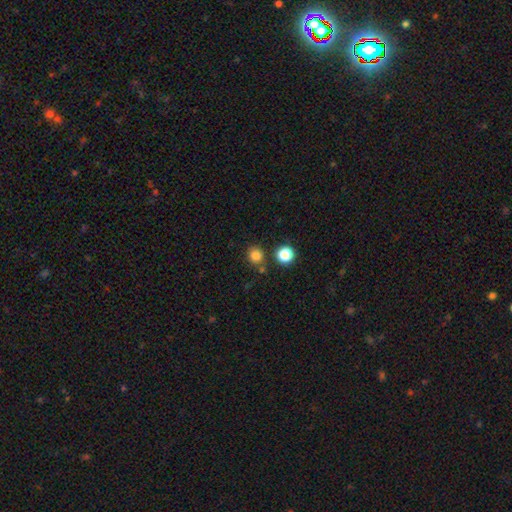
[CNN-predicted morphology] Smooth or featured? Predicted: smooth (p=0.81). How rounded? Predicted: round (p=0.89). Merging? Predicted: none (p=0.80).